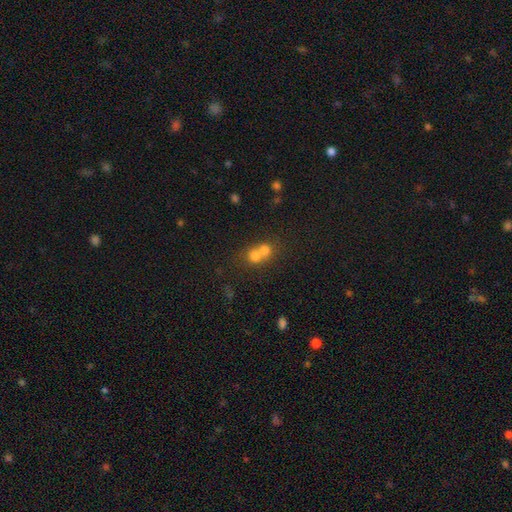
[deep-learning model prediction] smooth 71%, featured or disk 16%, star or artifact 13%. Down the decision tree: how rounded — round (77%); merging — merger (68%).